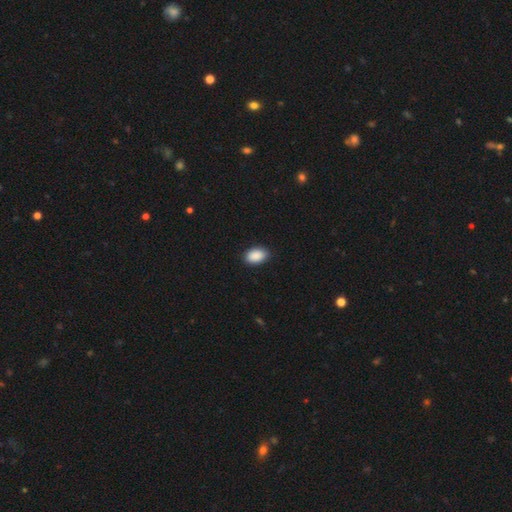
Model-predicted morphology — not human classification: This appears to be a smooth galaxy with no disk features (91%) that is in between round and cigar-shaped (91%). Merging: none (87%).